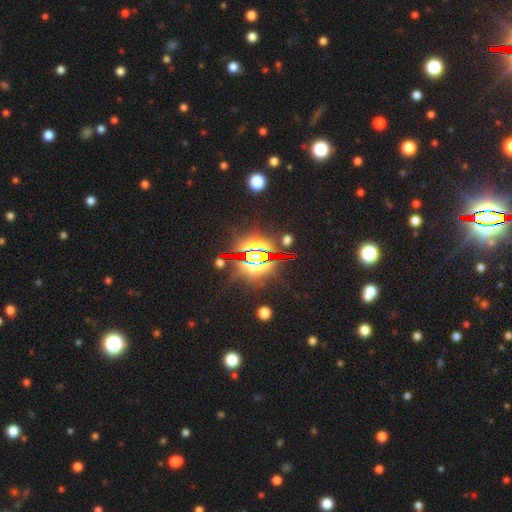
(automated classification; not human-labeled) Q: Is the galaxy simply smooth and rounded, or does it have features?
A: star or artifact — 82%.